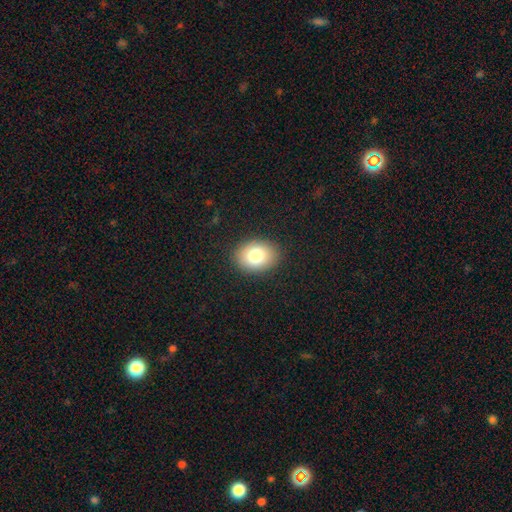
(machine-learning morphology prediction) Smooth or featured?
  - smooth: 80% *
  - featured or disk: 11%
  - star or artifact: 9%
How rounded?
  - in between: 62% *
  - round: 37%
  - cigar-shaped: 1%
Merging?
  - none: 89% *
  - minor disturbance: 8%
  - major disturbance: 2%
  - merger: 1%